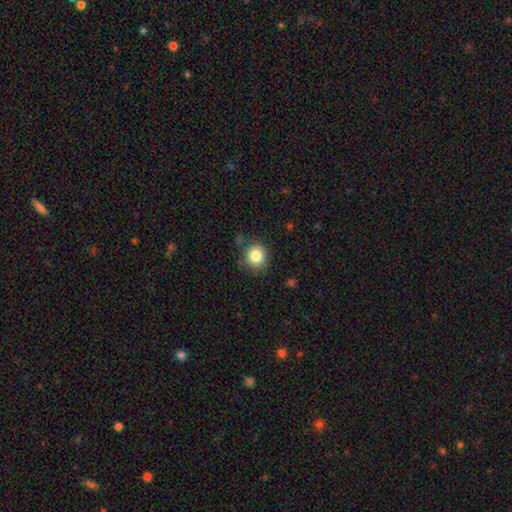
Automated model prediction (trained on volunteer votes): smooth 84%, star or artifact 10%, featured or disk 6%. Down the decision tree: how rounded — round (87%); merging — none (83%).